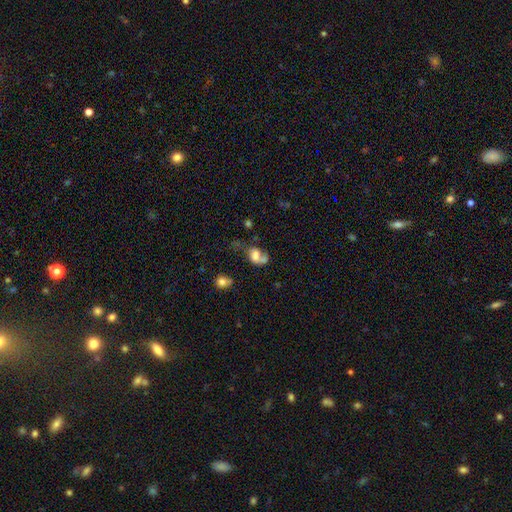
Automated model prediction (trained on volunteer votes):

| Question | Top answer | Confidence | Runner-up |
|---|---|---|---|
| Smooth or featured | smooth | 56% | featured or disk (31%) |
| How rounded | in between | 69% | round (29%) |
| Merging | merger | 32% | major disturbance (29%) |